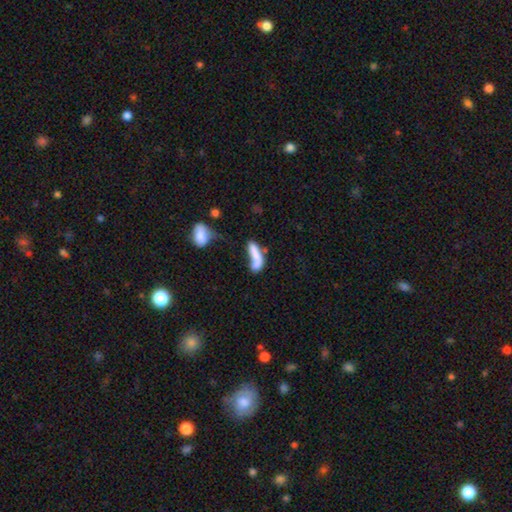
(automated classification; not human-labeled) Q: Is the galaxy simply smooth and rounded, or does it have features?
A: smooth — 69%.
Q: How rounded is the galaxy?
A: cigar-shaped — 51%.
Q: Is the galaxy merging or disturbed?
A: merger — 39%.